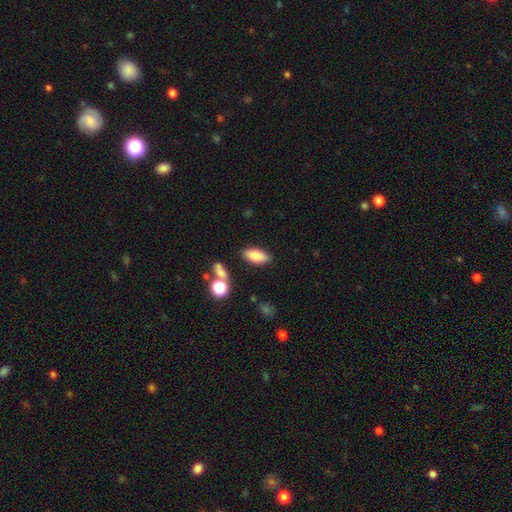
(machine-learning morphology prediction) smooth 79%, featured or disk 12%, star or artifact 9%. Down the decision tree: how rounded — in between (81%); merging — none (83%).